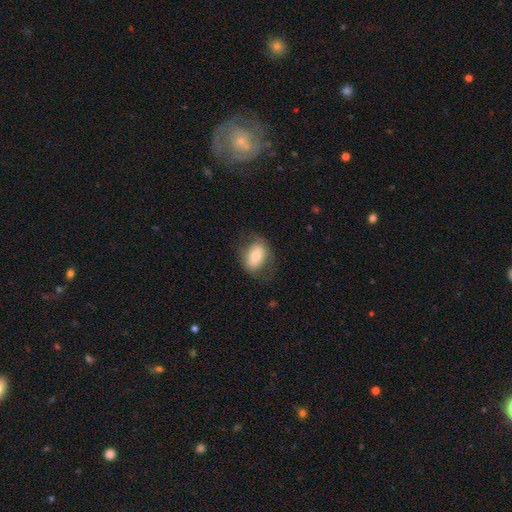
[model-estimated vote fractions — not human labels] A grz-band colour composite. It shows a smooth galaxy with no disk features (66%) that is in between round and cigar-shaped (78%). Merging: none (67%).